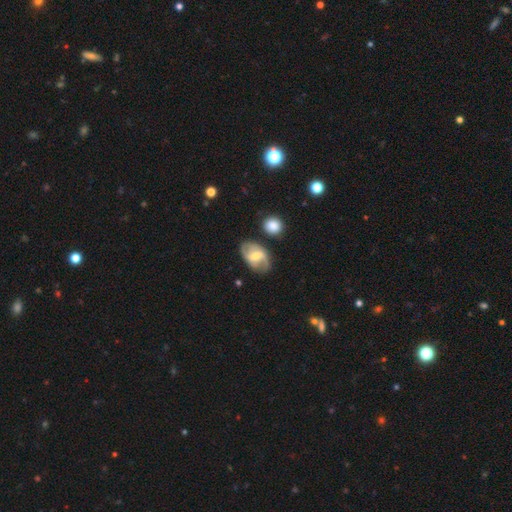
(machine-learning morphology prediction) type=featured or disk (65%); edge-on=no (96%); bar=weak (55%); spiral arms=yes (87%); winding=medium (47%); arm count=2 (74%); bulge=moderate (47%); merging=none (71%).